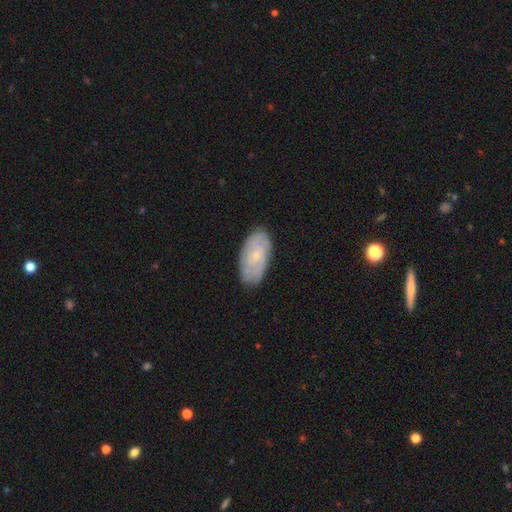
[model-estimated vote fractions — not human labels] This appears to be a featured or disk galaxy (51%). Merging: none (84%).